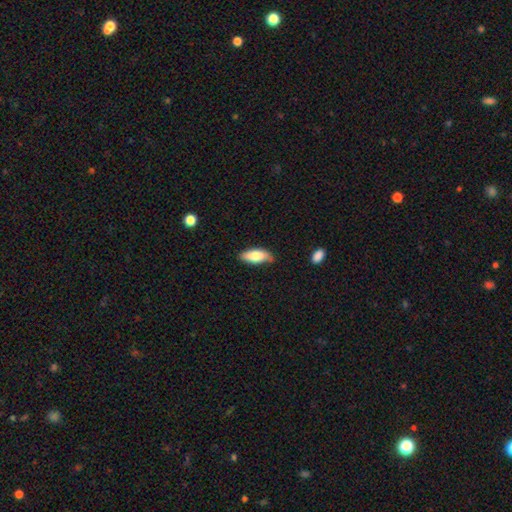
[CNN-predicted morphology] smooth 80%, featured or disk 14%, star or artifact 6%. Down the decision tree: how rounded — in between (80%); merging — none (73%).